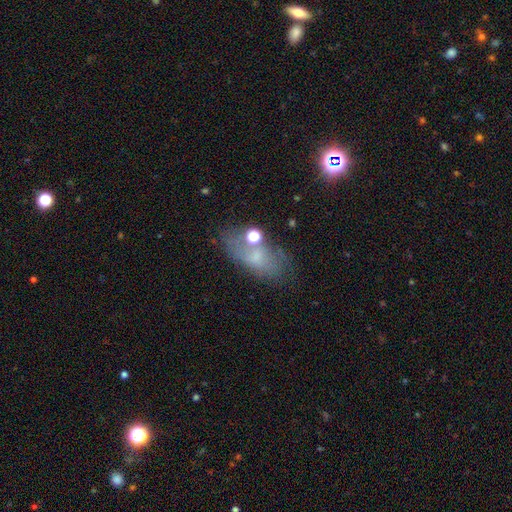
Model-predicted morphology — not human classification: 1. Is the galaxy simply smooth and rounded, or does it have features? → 57% smooth, 27% featured or disk, 16% star or artifact.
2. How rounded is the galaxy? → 85% in between, 9% round, 6% cigar-shaped.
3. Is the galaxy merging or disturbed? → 56% none, 22% minor disturbance, 13% major disturbance, 10% merger.